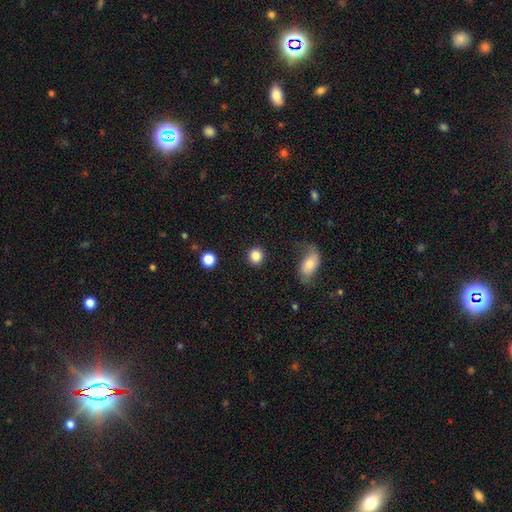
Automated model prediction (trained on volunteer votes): smooth-or-featured: smooth: 86% | star or artifact: 9% | featured or disk: 5%
  how-rounded: round: 88% | in between: 11% | cigar-shaped: 1%
  merging: none: 88% | minor disturbance: 6% | major disturbance: 3% | merger: 2%